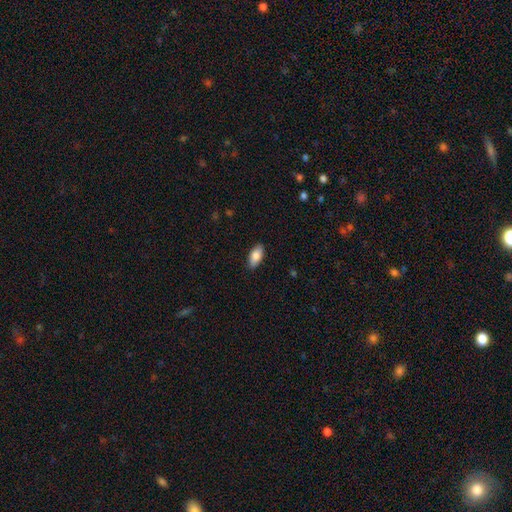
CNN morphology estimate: smooth_or_featured: smooth (p=0.81) [alt: featured or disk p=0.13]
how_rounded: in between (p=0.89) [alt: cigar-shaped p=0.09]
merging: none (p=0.87) [alt: minor disturbance p=0.10]